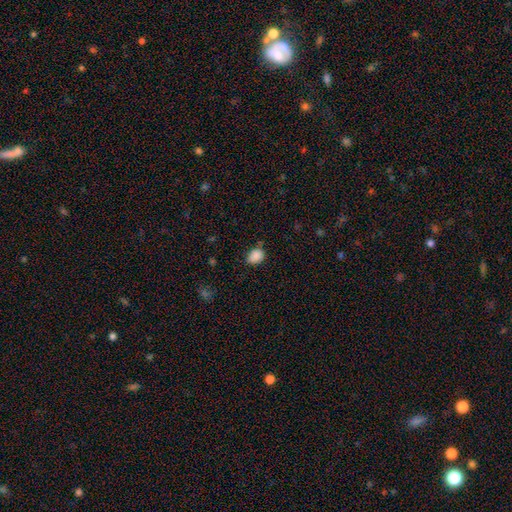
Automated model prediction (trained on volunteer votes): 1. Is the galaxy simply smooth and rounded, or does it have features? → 87% smooth, 9% star or artifact, 4% featured or disk.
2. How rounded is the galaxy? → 62% in between, 37% round, 1% cigar-shaped.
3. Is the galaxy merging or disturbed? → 69% none, 24% minor disturbance, 4% major disturbance, 3% merger.